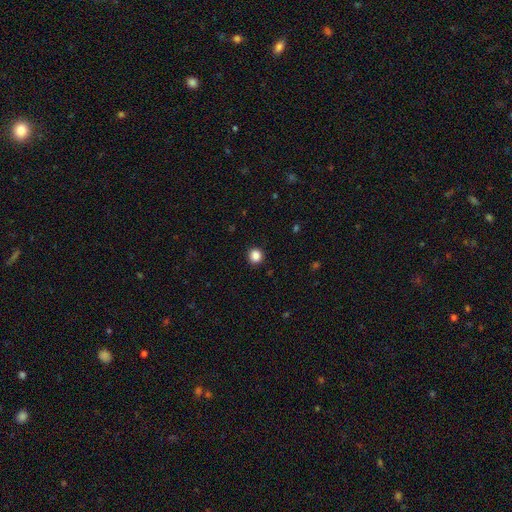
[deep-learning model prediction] Morphology: type=smooth (86%); roundness=round (92%); merging=none (92%).